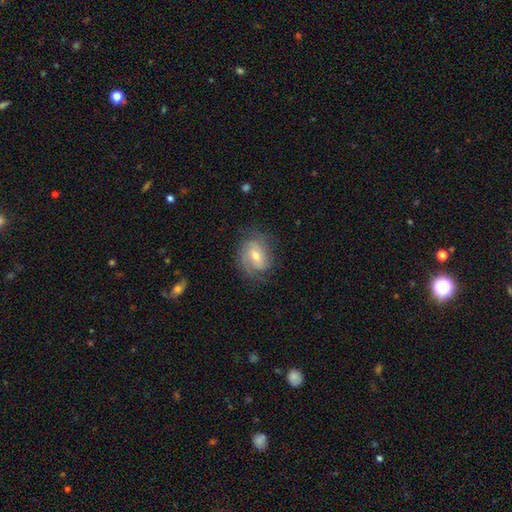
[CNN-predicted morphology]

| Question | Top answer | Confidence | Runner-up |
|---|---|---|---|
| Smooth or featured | featured or disk | 74% | smooth (19%) |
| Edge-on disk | no | 96% | yes (4%) |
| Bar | weak | 48% | no (33%) |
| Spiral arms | yes | 91% | no (9%) |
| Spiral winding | tight | 43% | medium (39%) |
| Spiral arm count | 2 | 42% | can't tell (25%) |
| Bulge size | moderate | 57% | small (39%) |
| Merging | none | 70% | minor disturbance (19%) |